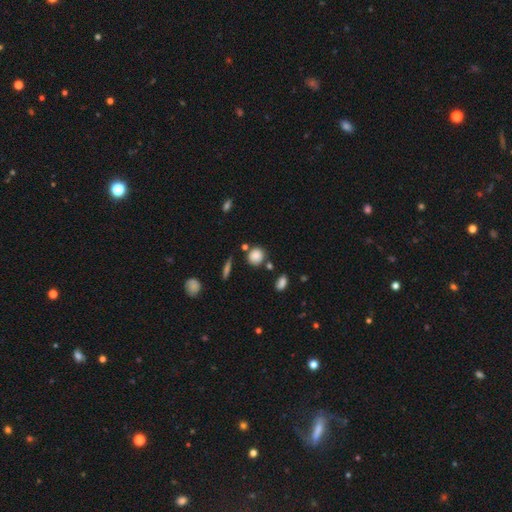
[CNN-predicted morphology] smooth-or-featured: smooth: 83% | star or artifact: 10% | featured or disk: 7%
  how-rounded: round: 86% | in between: 12% | cigar-shaped: 2%
  merging: none: 76% | minor disturbance: 12% | merger: 9% | major disturbance: 3%